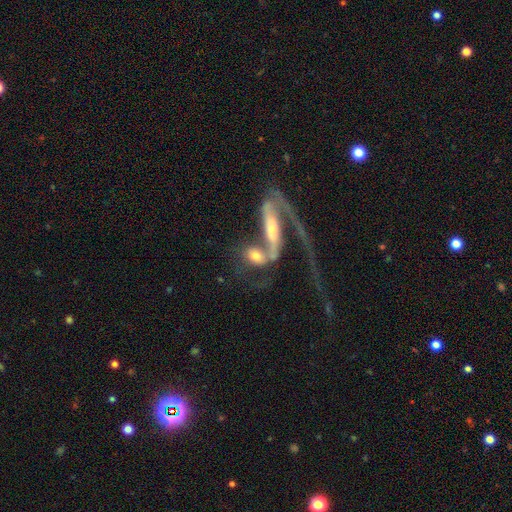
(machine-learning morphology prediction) Smooth or featured? Predicted: featured or disk (p=0.56). Edge-on disk? Predicted: no (p=0.84). Merging? Predicted: merger (p=0.62).